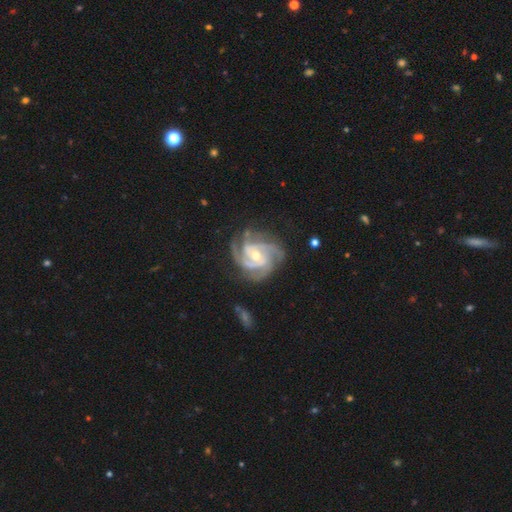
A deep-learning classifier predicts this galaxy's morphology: smooth-or-featured: featured or disk: 93% | star or artifact: 4% | smooth: 3%
  disk-edge-on: no: 98% | yes: 2%
    bar: no: 57% | weak: 31% | strong: 12%
    has-spiral-arms: yes: 99% | no: 1%
      spiral-winding: tight: 56% | medium: 39% | loose: 5%
      spiral-arm-count: 3: 54% | 4: 21% | 2: 9% | can't tell: 7% | more than 4: 5% | 1: 5%
    bulge-size: moderate: 53% | small: 43% | large: 2% | none: 1% | dominant: 1%
  merging: none: 75% | minor disturbance: 17% | major disturbance: 7% | merger: 2%